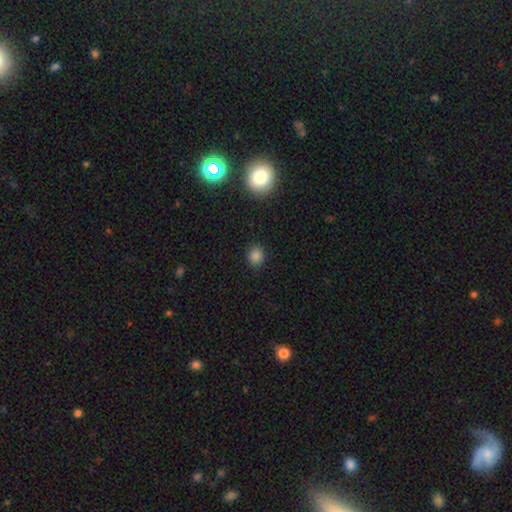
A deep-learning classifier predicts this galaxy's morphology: Q: Smooth or featured?
A: smooth (82%); runner-up: star or artifact (14%)
Q: How rounded?
A: round (76%); runner-up: in between (22%)
Q: Merging?
A: none (89%); runner-up: minor disturbance (8%)